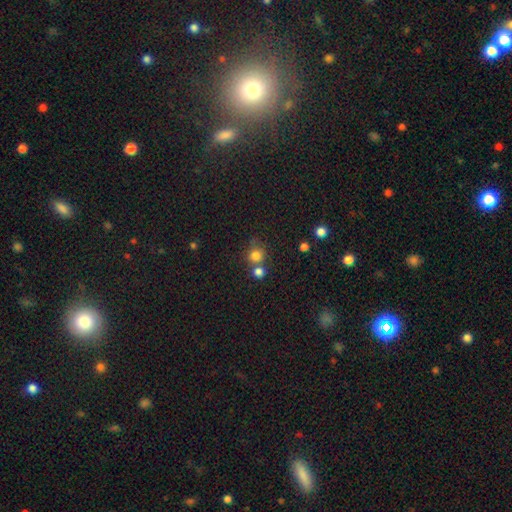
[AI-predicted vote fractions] Morphology: type=smooth (79%); roundness=round (86%); merging=none (56%).